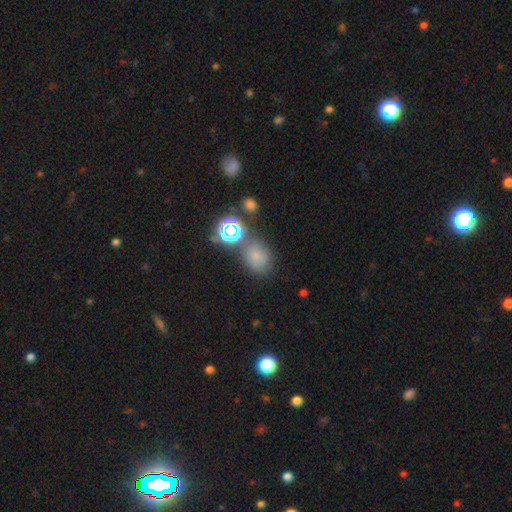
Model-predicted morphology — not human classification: Smooth or featured? Predicted: smooth (p=0.66). How rounded? Predicted: round (p=0.50). Merging? Predicted: none (p=0.65).